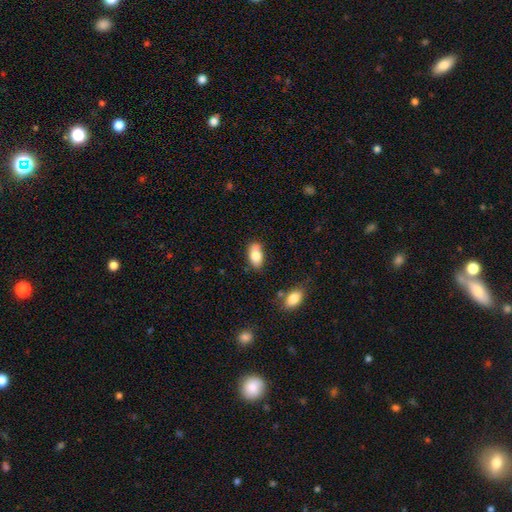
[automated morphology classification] Overall: smooth (81%). How rounded: in between (92%). Merging: none (75%).